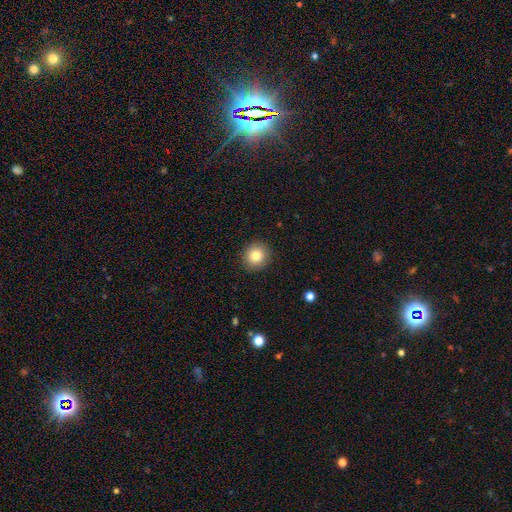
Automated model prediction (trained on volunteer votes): This is clearly a smooth galaxy (82%). How rounded: clearly round (91%). Merging: clearly none (91%).